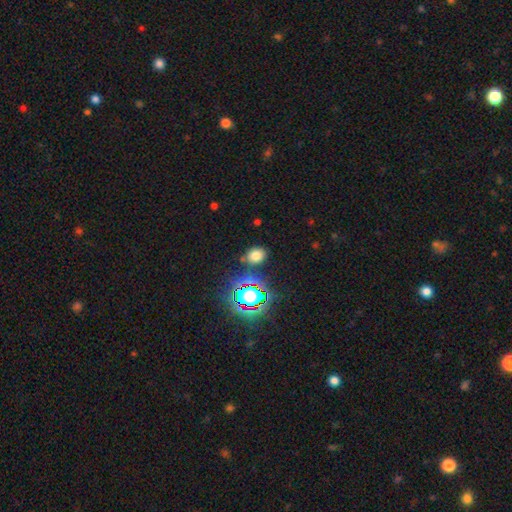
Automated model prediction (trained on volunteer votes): This appears to be a smooth galaxy with no disk features (68%) that is in between round and cigar-shaped (56%). Merging: none (79%).